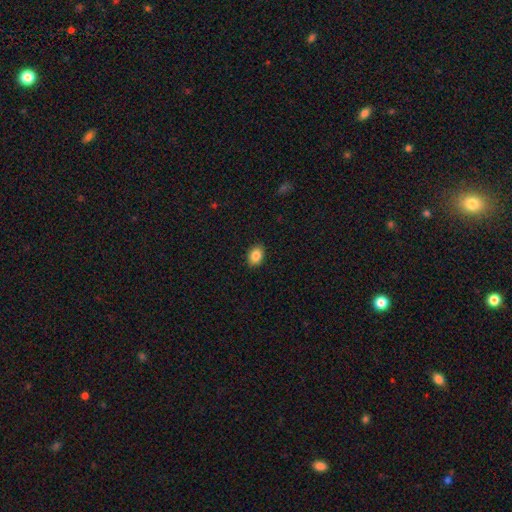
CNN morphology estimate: The model was most divided on "how rounded": in between: 74%, round: 25%, cigar-shaped: 1%. More confident: merging — none (90%); smooth or featured — smooth (86%).